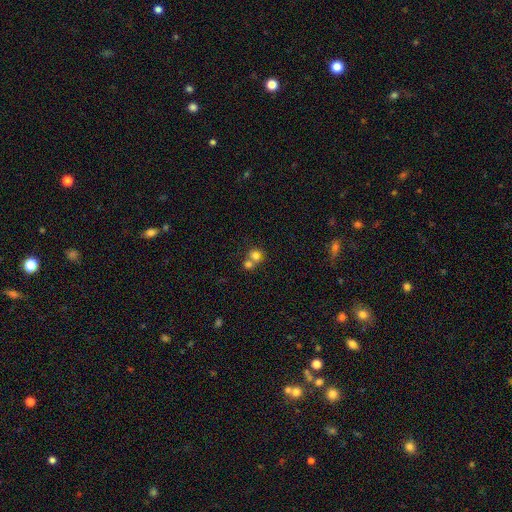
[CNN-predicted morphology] Smooth or featured? Predicted: smooth (p=0.74). How rounded? Predicted: round (p=0.66). Merging? Predicted: merger (p=0.59).